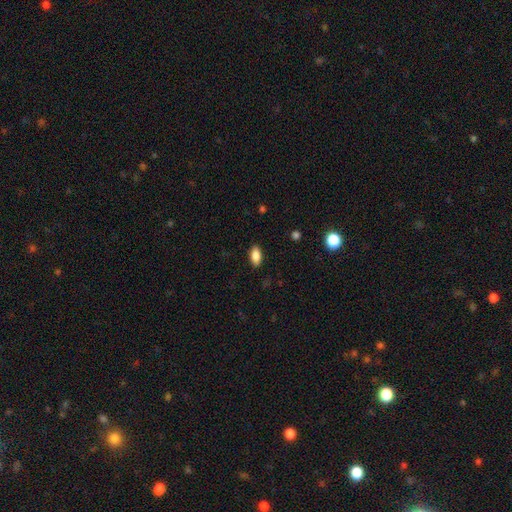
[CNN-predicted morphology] Q: Smooth or featured?
A: smooth (87%); runner-up: star or artifact (8%)
Q: How rounded?
A: in between (91%); runner-up: cigar-shaped (6%)
Q: Merging?
A: none (88%); runner-up: minor disturbance (9%)